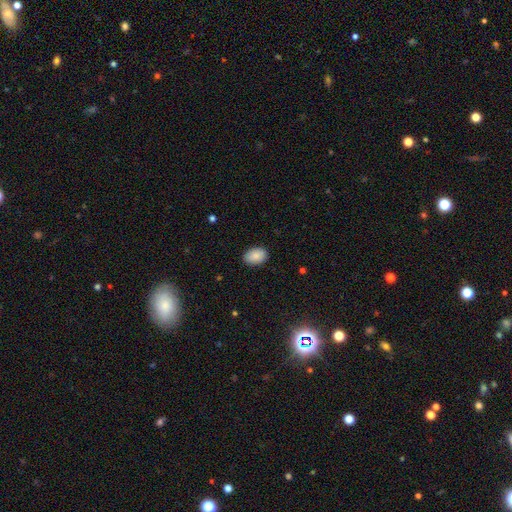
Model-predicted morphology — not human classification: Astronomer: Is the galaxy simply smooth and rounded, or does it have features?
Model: smooth — 88%.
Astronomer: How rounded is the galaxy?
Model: in between — 84%.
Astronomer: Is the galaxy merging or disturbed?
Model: none — 87%.